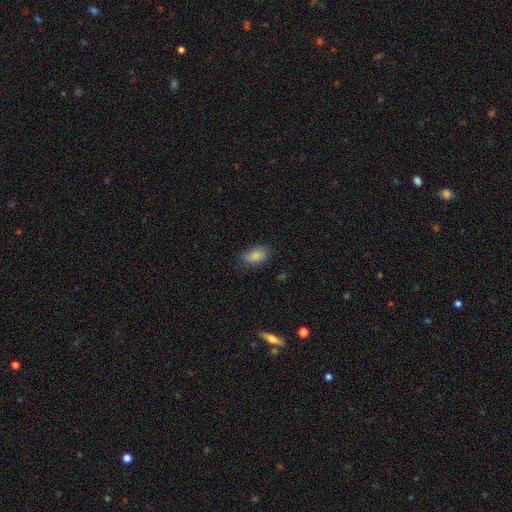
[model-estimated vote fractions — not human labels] Smooth or featured: smooth — 84% (featured or disk — 8%)
How rounded: in between — 91% (round — 7%)
Merging: none — 74% (minor disturbance — 20%)